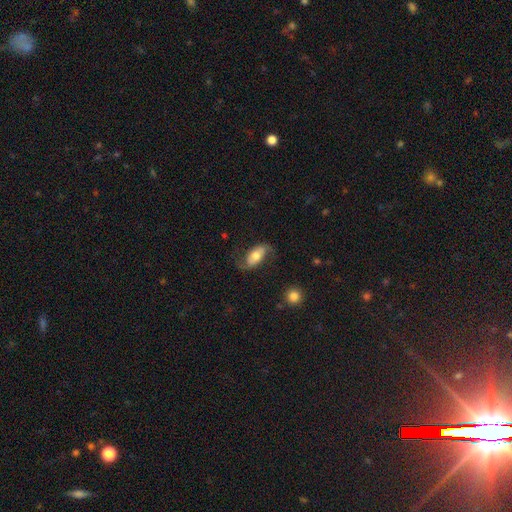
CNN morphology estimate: Overall: featured or disk (57%; smooth 37%). Edge-on disk: no (90%). Bar: no (51%; weak 29%). Spiral arms: yes (87%). Bulge size: moderate (58%; large 22%). Merging: none (65%).